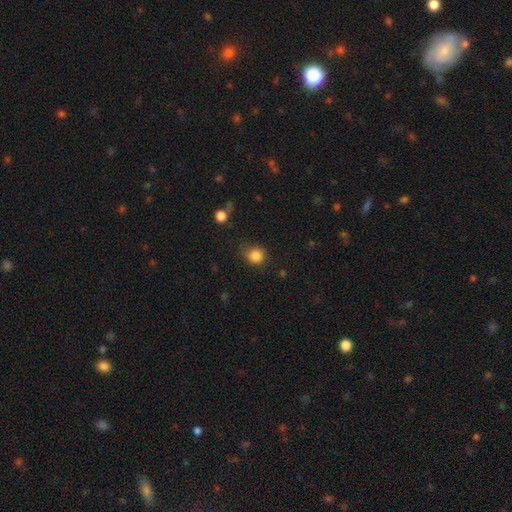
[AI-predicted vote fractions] Smooth or featured: smooth — 85% (star or artifact — 11%)
How rounded: round — 81% (in between — 18%)
Merging: none — 67% (minor disturbance — 24%)